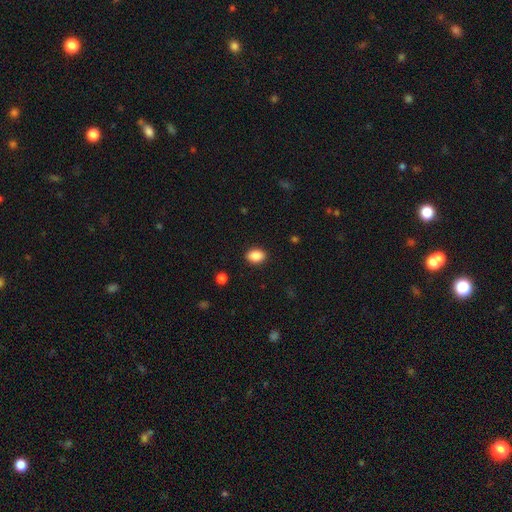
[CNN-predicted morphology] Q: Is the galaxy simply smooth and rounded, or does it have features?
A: smooth — 88%.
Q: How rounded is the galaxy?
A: in between — 72%.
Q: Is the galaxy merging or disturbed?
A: none — 90%.